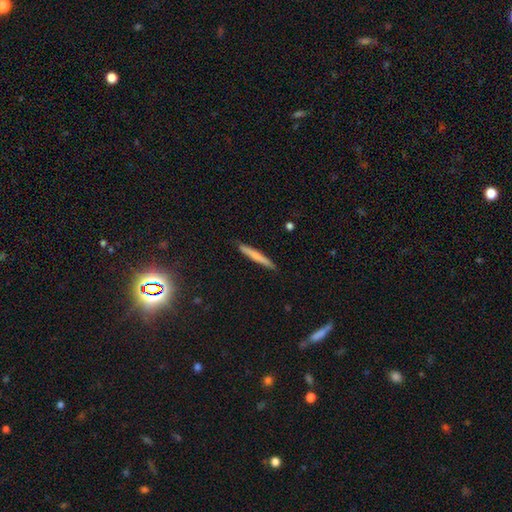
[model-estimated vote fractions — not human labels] This appears to be a smooth galaxy with no disk features (66%) that is cigar-shaped (96%). Merging: none (90%).